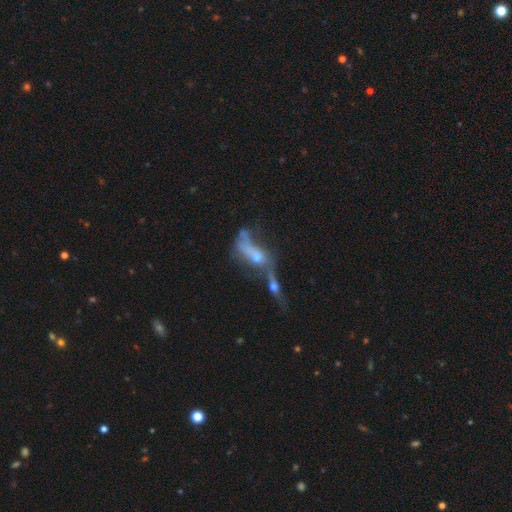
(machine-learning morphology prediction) Smooth or featured? Predicted: featured or disk (p=0.60). Edge-on disk? Predicted: no (p=0.75). Merging? Predicted: merger (p=0.58).